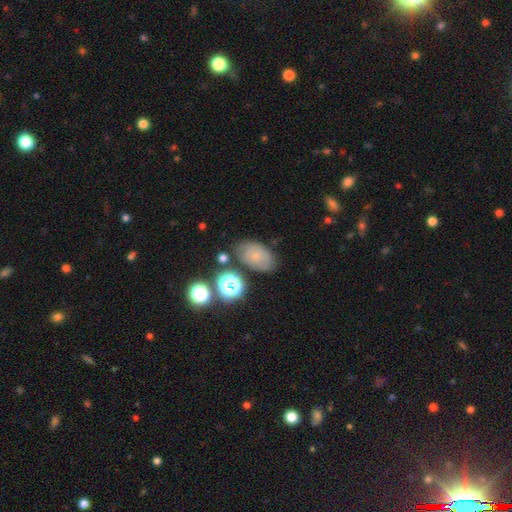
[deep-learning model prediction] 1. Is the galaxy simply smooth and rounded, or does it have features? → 56% smooth, 27% featured or disk, 17% star or artifact.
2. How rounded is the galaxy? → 85% in between, 13% round, 2% cigar-shaped.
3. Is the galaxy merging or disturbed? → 71% none, 18% minor disturbance, 6% major disturbance, 5% merger.